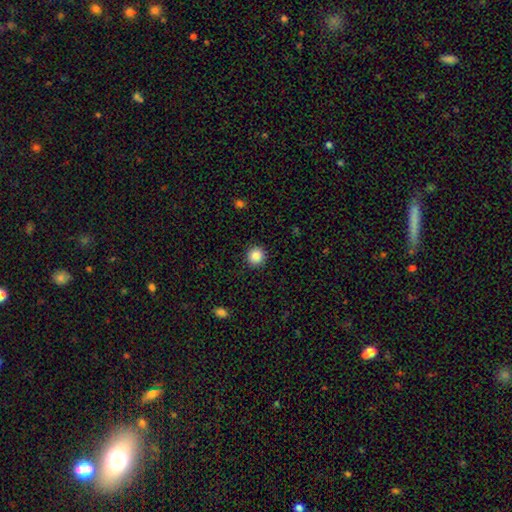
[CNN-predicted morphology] The model was most divided on "smooth or featured": smooth: 86%, star or artifact: 10%, featured or disk: 4%. More confident: how rounded — round (94%); merging — none (92%).